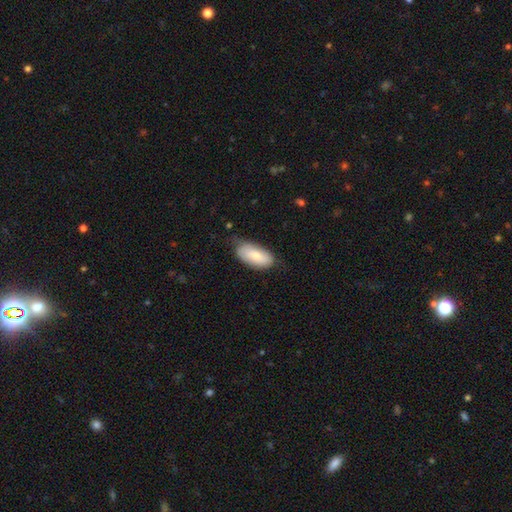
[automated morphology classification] Smooth or featured? Predicted: smooth (p=0.76). How rounded? Predicted: in between (p=0.92). Merging? Predicted: none (p=0.64).